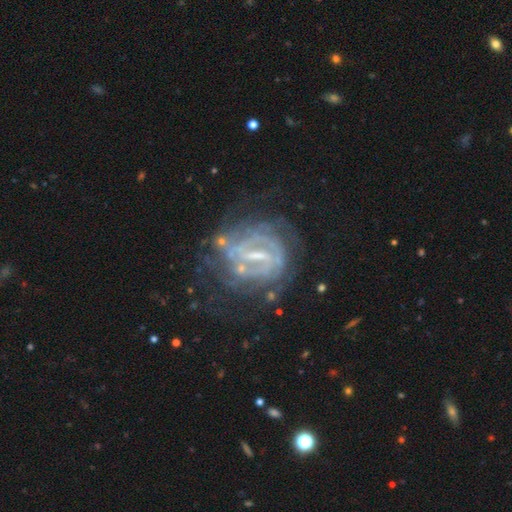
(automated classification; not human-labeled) smooth-or-featured: featured or disk: 83% | star or artifact: 8% | smooth: 8%
  disk-edge-on: no: 96% | yes: 4%
    bar: strong: 55% | weak: 35% | no: 10%
    has-spiral-arms: yes: 80% | no: 20%
      spiral-winding: tight: 63% | medium: 28% | loose: 9%
      spiral-arm-count: can't tell: 46% | 2: 27% | 3: 10% | 4: 6% | 1: 5% | more than 4: 5%
    bulge-size: small: 47% | moderate: 25% | none: 24% | large: 3% | dominant: 1%
  merging: none: 61% | minor disturbance: 18% | major disturbance: 16% | merger: 4%